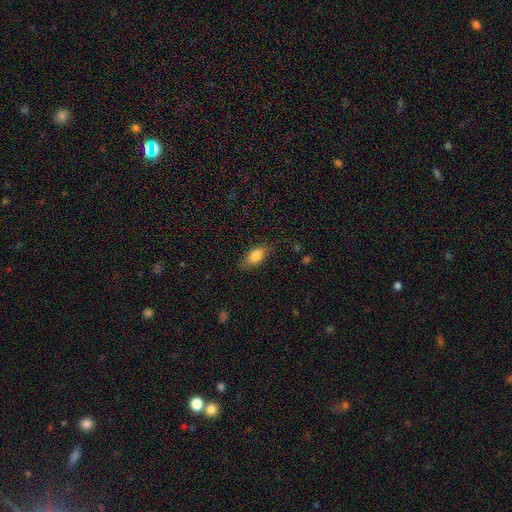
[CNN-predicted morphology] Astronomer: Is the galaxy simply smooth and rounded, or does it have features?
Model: smooth — 83%.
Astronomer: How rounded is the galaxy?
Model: in between — 88%.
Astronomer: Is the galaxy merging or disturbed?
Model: none — 76%.